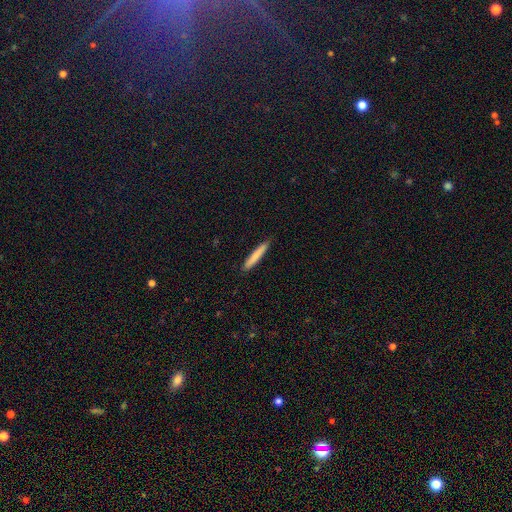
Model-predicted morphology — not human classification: Smooth or featured?
  - smooth: 80% *
  - featured or disk: 15%
  - star or artifact: 6%
How rounded?
  - cigar-shaped: 95% *
  - in between: 4%
  - round: 1%
Merging?
  - none: 89% *
  - minor disturbance: 8%
  - major disturbance: 1%
  - merger: 1%